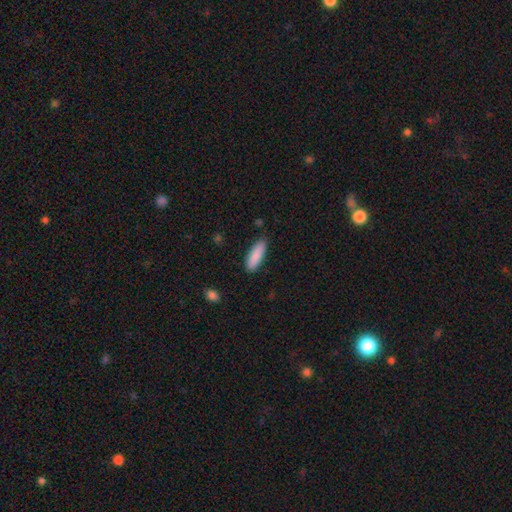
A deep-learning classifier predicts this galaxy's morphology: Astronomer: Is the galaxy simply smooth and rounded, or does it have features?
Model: smooth — 89%.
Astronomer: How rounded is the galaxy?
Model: in between — 53% (runner-up: cigar-shaped, 45%).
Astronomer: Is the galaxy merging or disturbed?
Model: none — 85%.